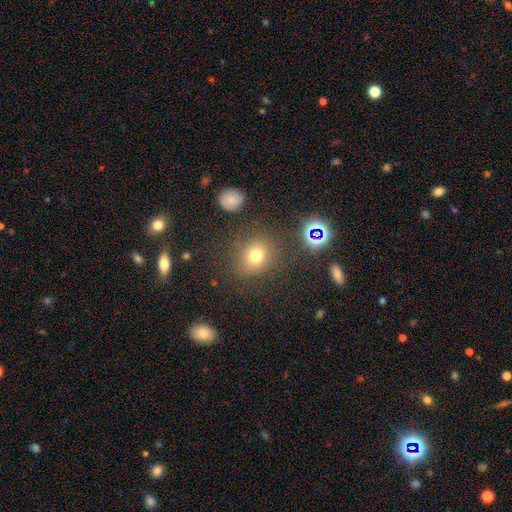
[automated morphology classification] Q: Smooth or featured?
A: smooth (71%); runner-up: star or artifact (20%)
Q: How rounded?
A: round (79%); runner-up: in between (20%)
Q: Merging?
A: none (80%); runner-up: minor disturbance (11%)